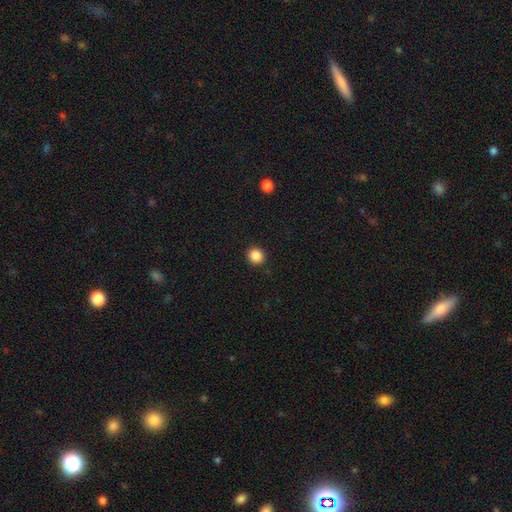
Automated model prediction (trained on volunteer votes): A smooth galaxy with no disk features (87%) that is round (91%).

Vote fractions:
- Smooth or featured? smooth: 87% / star or artifact: 10% / featured or disk: 3%
- How rounded? round: 91% / in between: 8% / cigar-shaped: 1%
- Merging? none: 92% / minor disturbance: 5% / major disturbance: 2% / merger: 1%